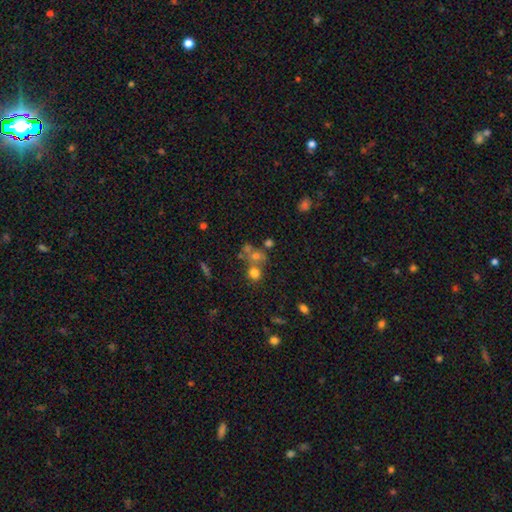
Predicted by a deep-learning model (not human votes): smooth_or_featured: smooth (p=0.53) [alt: star or artifact p=0.28]
how_rounded: round (p=0.80) [alt: in between p=0.19]
merging: none (p=0.49) [alt: merger p=0.37]